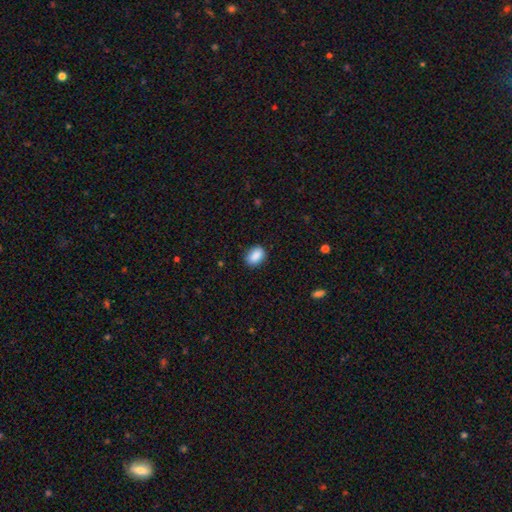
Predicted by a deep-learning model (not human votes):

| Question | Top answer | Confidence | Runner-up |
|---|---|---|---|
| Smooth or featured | smooth | 89% | star or artifact (8%) |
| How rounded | in between | 79% | round (19%) |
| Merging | none | 85% | minor disturbance (12%) |